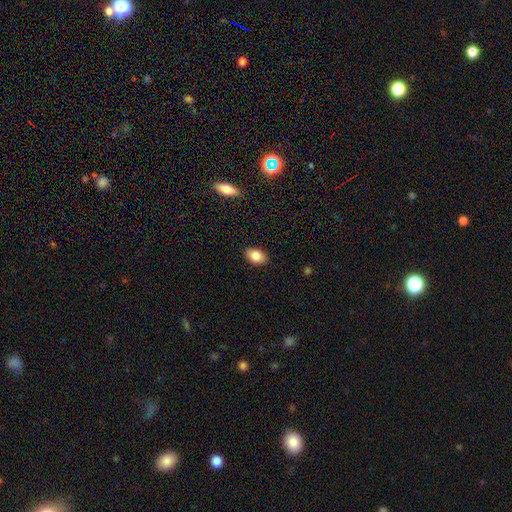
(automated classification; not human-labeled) smooth_or_featured: smooth (p=0.86) [alt: star or artifact p=0.08]
how_rounded: in between (p=0.87) [alt: round p=0.12]
merging: none (p=0.88) [alt: minor disturbance p=0.09]